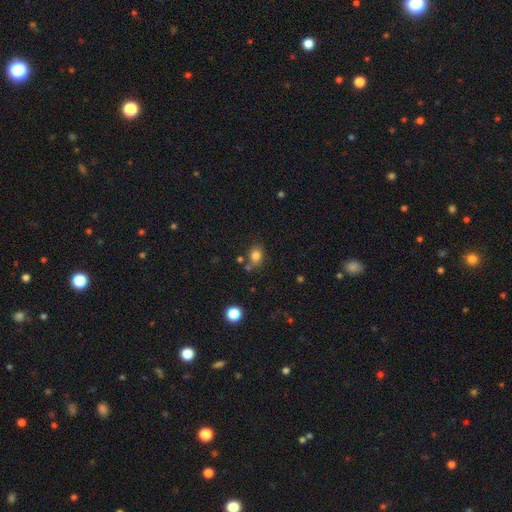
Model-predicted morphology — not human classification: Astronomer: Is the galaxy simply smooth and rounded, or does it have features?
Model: smooth — 80%.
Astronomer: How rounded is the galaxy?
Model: in between — 56% (runner-up: round, 43%).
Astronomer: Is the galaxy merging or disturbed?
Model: none — 69%.